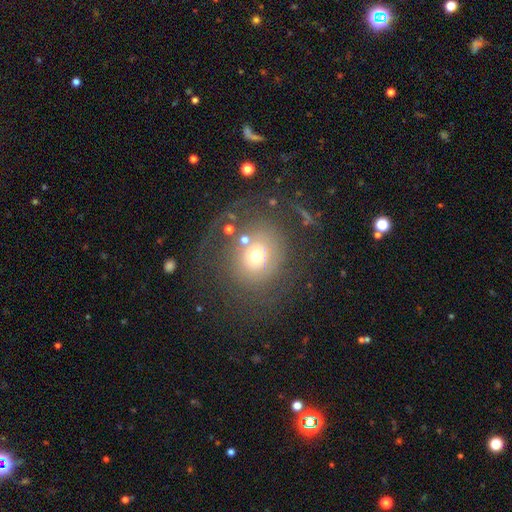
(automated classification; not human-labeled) This is marginally a featured or disk galaxy (44%). Merging: possibly none (60%).